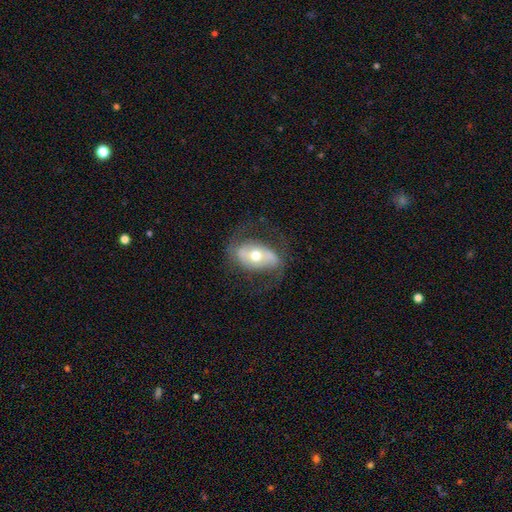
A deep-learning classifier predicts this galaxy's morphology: type=featured or disk (68%); edge-on=no (91%); bar=no (36%); spiral arms=yes (73%); bulge=moderate (72%); merging=none (69%).